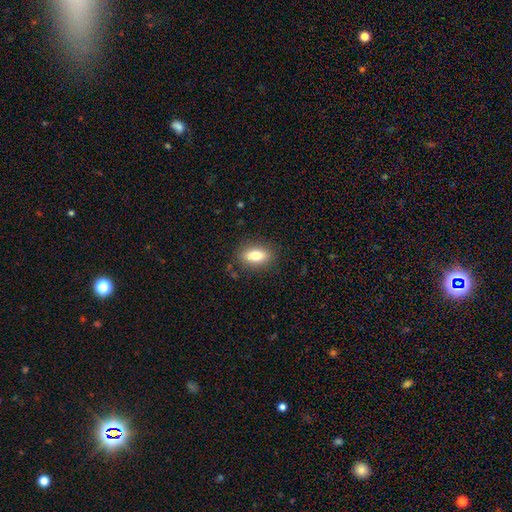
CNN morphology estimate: Overall: smooth (76%). How rounded: in between (82%). Merging: none (85%).